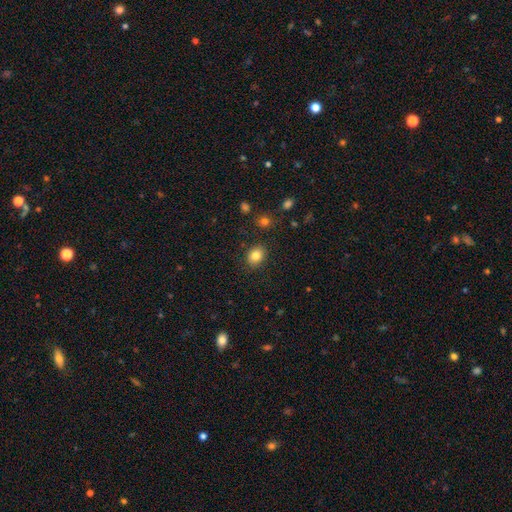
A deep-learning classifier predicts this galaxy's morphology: smooth-or-featured: smooth: 83% | star or artifact: 10% | featured or disk: 7%
  how-rounded: in between: 53% | round: 46% | cigar-shaped: 1%
  merging: none: 87% | minor disturbance: 8% | major disturbance: 2% | merger: 2%